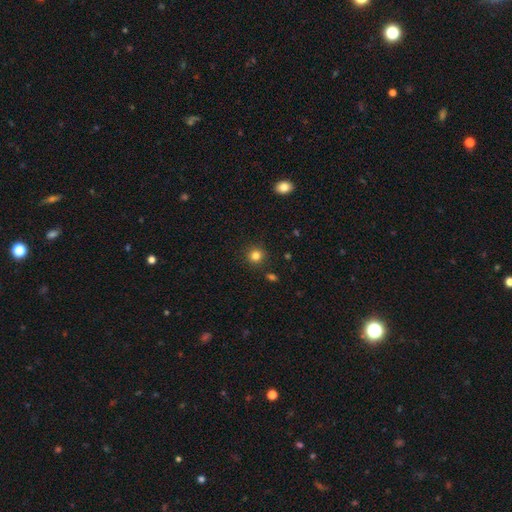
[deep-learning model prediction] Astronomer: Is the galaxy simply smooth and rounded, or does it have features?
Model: smooth — 82%.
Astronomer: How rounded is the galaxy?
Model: round — 92%.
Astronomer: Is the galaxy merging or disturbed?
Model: none — 89%.